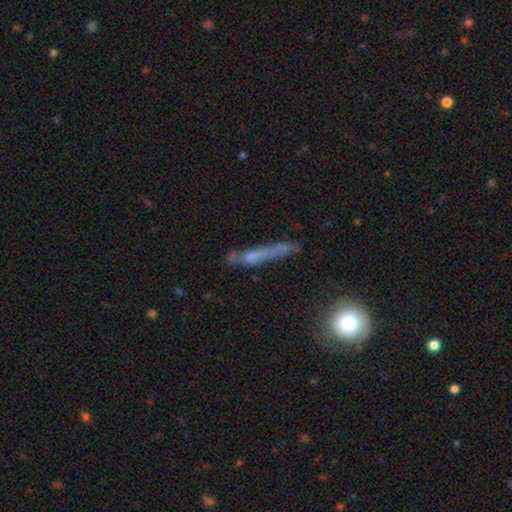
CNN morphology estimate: The model was most divided on "smooth or featured": smooth: 50%, featured or disk: 38%, star or artifact: 12%. More confident: how rounded — cigar-shaped (89%); merging — none (53%).